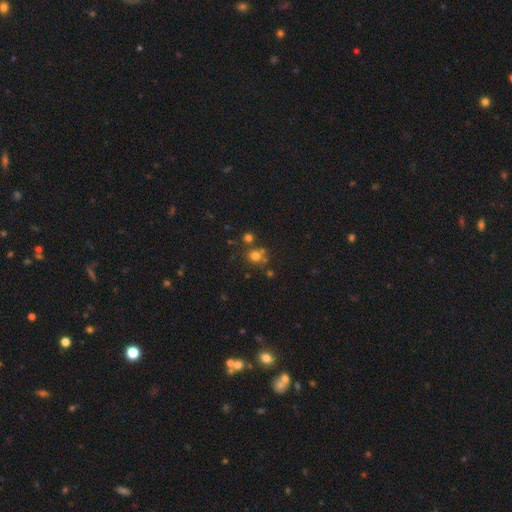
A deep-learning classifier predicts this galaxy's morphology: The model was most divided on "merging": none: 62%, merger: 23%, minor disturbance: 10%, major disturbance: 5%. More confident: how rounded — round (82%); smooth or featured — smooth (69%).